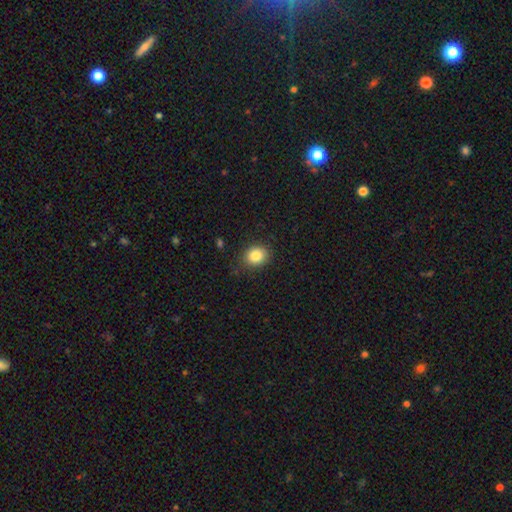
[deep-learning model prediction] Overall: smooth (84%). How rounded: round (57%; in between 42%). Merging: none (85%).